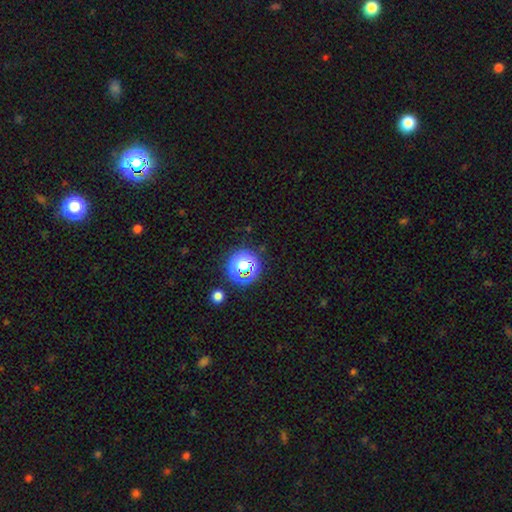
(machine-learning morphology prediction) smooth_or_featured: star or artifact (p=0.70) [alt: smooth p=0.22]